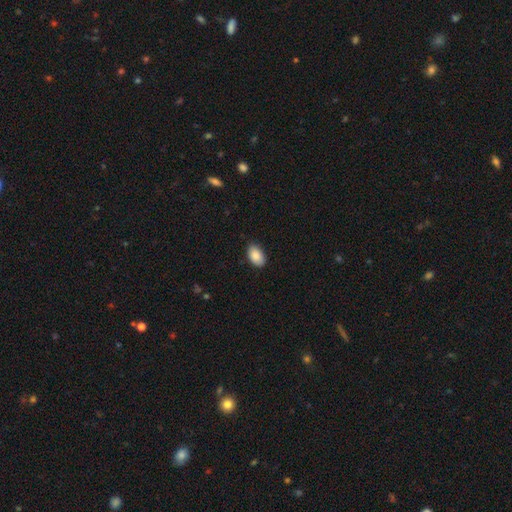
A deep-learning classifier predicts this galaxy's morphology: Smooth or featured? smooth (88%)
How rounded? in between (94%)
Merging? none (86%)